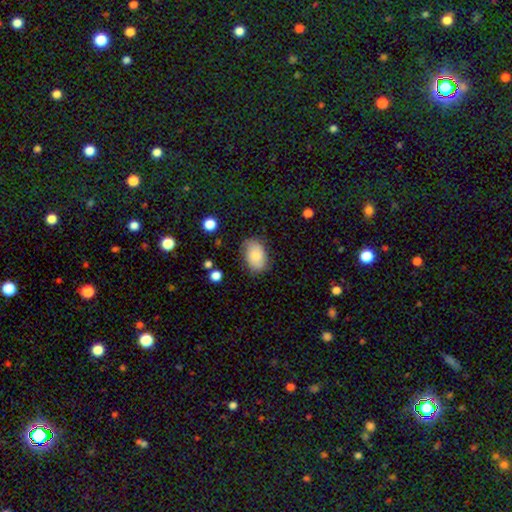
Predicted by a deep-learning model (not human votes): Smooth or featured?
  - smooth: 80% *
  - featured or disk: 13%
  - star or artifact: 7%
How rounded?
  - in between: 85% *
  - round: 14%
  - cigar-shaped: 1%
Merging?
  - none: 73% *
  - minor disturbance: 21%
  - major disturbance: 5%
  - merger: 2%